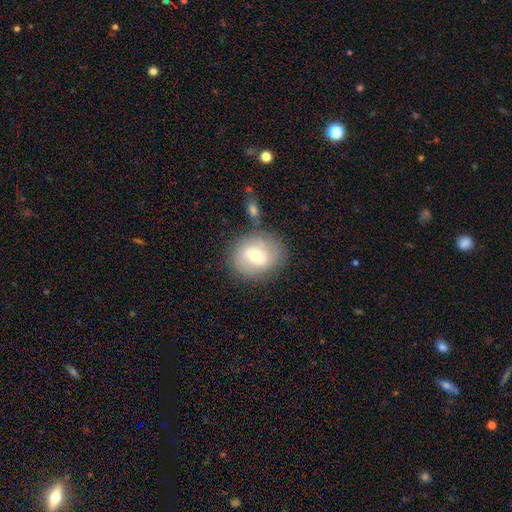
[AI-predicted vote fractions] A smooth galaxy with no disk features (54%) that is round (61%). Merging: none (75%).